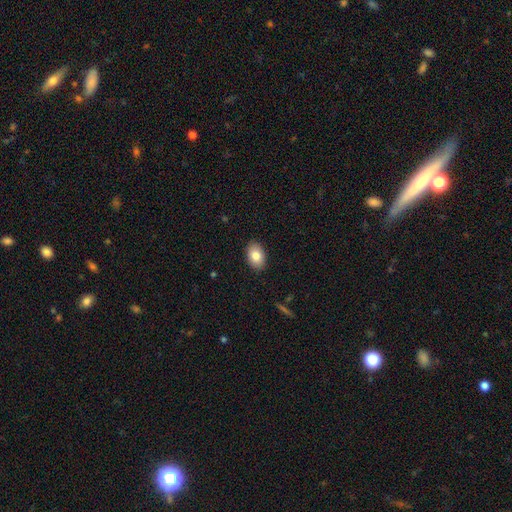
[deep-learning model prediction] smooth_or_featured: smooth (p=0.83) [alt: featured or disk p=0.10]
how_rounded: in between (p=0.87) [alt: round p=0.12]
merging: none (p=0.89) [alt: minor disturbance p=0.08]